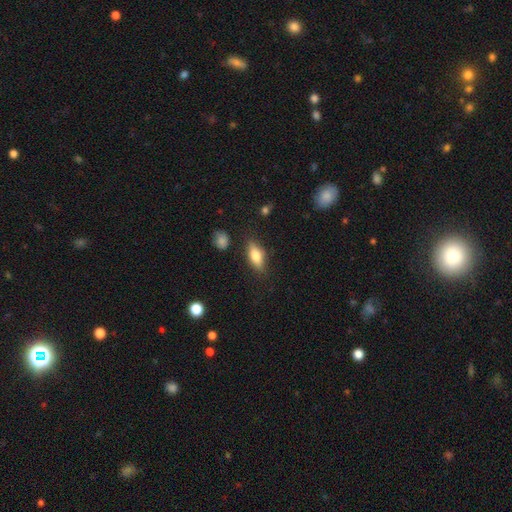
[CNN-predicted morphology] The model was most divided on "smooth or featured": smooth: 67%, featured or disk: 26%, star or artifact: 8%. More confident: merging — none (80%); how rounded — in between (71%).